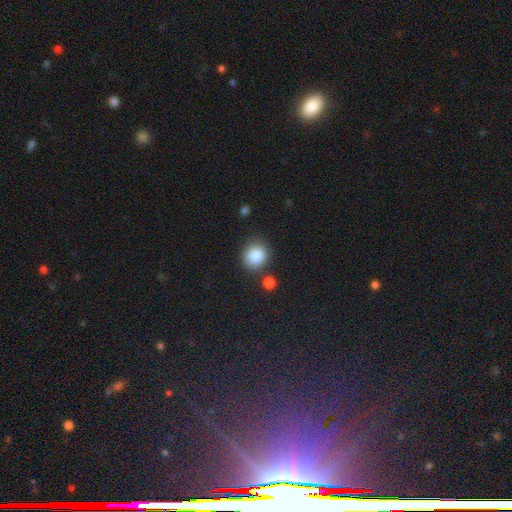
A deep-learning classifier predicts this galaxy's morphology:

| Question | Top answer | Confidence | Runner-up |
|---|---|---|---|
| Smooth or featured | smooth | 86% | star or artifact (9%) |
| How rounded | round | 88% | in between (11%) |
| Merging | none | 81% | minor disturbance (9%) |